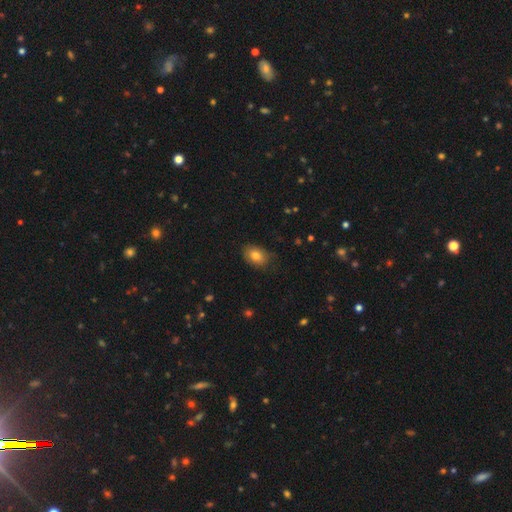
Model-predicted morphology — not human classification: type=smooth (80%); roundness=in between (77%); merging=none (76%).